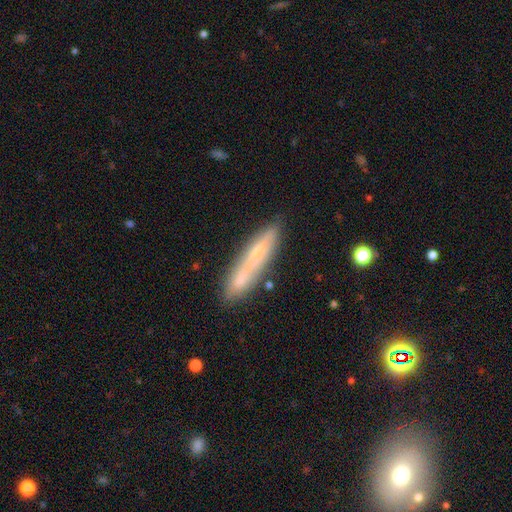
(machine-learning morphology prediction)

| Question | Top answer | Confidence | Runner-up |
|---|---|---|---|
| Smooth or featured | smooth | 61% | featured or disk (31%) |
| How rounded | cigar-shaped | 87% | in between (11%) |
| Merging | none | 72% | minor disturbance (15%) |